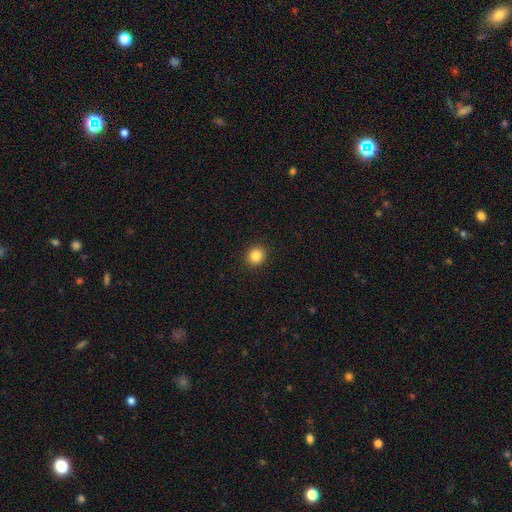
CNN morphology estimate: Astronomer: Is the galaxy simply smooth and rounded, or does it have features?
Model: smooth — 85%.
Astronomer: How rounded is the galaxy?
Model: round — 89%.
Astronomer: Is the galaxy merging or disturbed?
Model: none — 93%.